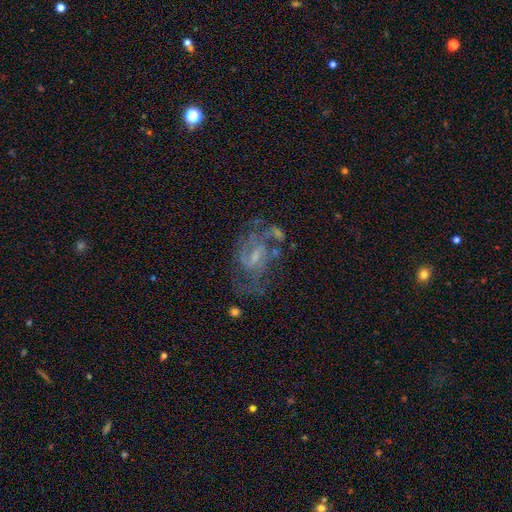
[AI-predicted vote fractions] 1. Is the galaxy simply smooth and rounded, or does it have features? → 75% featured or disk, 13% star or artifact, 12% smooth.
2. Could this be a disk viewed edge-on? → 97% no, 3% yes.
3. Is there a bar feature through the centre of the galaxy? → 54% weak, 29% no, 18% strong.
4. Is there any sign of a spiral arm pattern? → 85% yes, 15% no.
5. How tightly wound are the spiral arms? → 48% medium, 31% tight, 21% loose.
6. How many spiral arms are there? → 46% 2, 28% can't tell, 13% 3, 5% 1, 5% 4, 4% more than 4.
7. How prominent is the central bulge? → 54% small, 24% moderate, 19% none, 2% large, 1% dominant.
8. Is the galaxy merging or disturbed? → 53% none, 20% major disturbance, 19% minor disturbance, 8% merger.